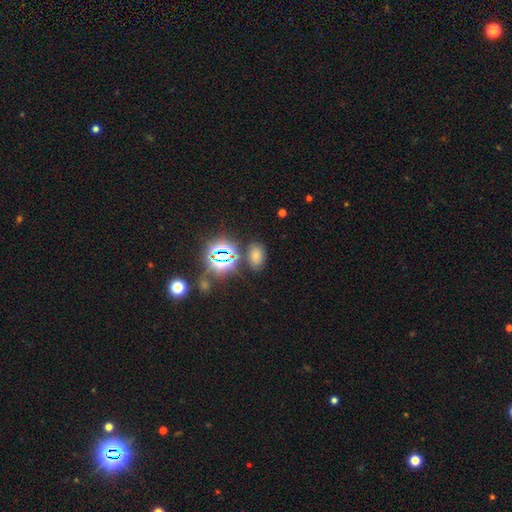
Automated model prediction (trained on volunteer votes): smooth-or-featured: smooth: 57% | star or artifact: 33% | featured or disk: 10%
  how-rounded: in between: 85% | round: 14% | cigar-shaped: 2%
  merging: none: 78% | minor disturbance: 13% | merger: 5% | major disturbance: 4%